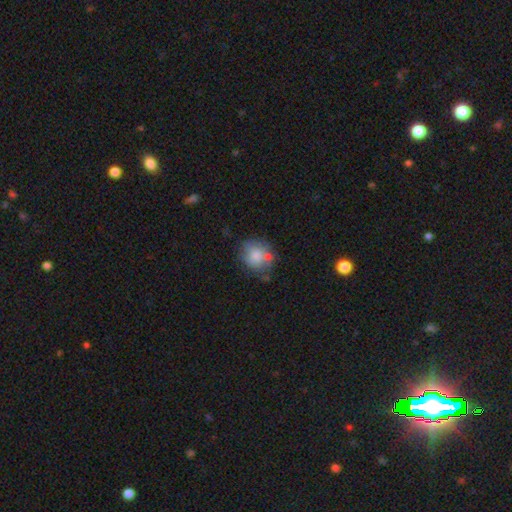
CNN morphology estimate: A smooth galaxy with no disk features (71%) that is round (67%).

Vote fractions:
- Smooth or featured? smooth: 71% / featured or disk: 21% / star or artifact: 8%
- How rounded? round: 67% / in between: 32% / cigar-shaped: 1%
- Merging? none: 51% / minor disturbance: 24% / merger: 16% / major disturbance: 9%